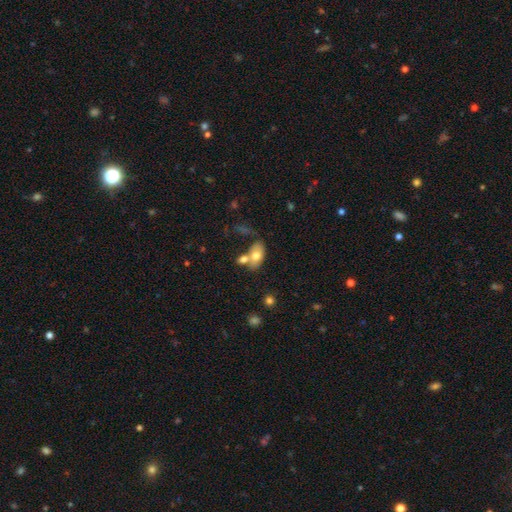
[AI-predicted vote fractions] smooth 71%, featured or disk 22%, star or artifact 7%. Down the decision tree: how rounded — in between (89%); merging — none (41%).